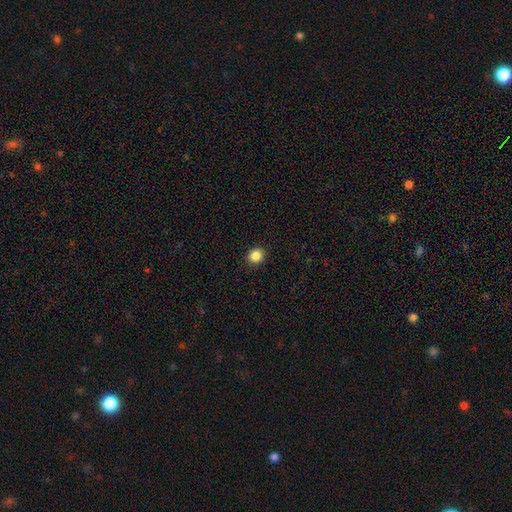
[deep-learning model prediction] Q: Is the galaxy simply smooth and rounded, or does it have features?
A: smooth — 85%.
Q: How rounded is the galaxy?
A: round — 84%.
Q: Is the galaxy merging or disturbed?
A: none — 92%.